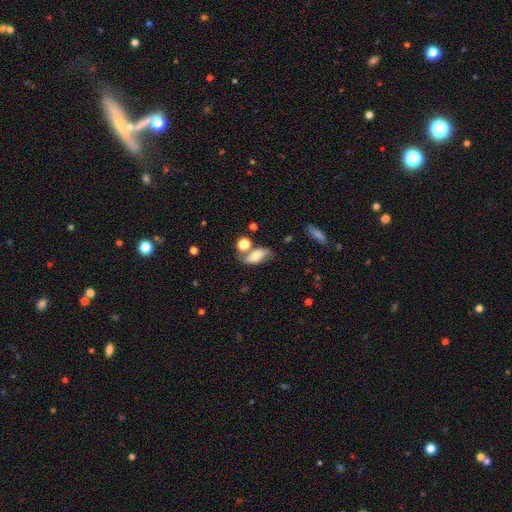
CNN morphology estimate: This appears to be a smooth galaxy with no disk features (65%) that is in between round and cigar-shaped (79%). Merging: none (54%).